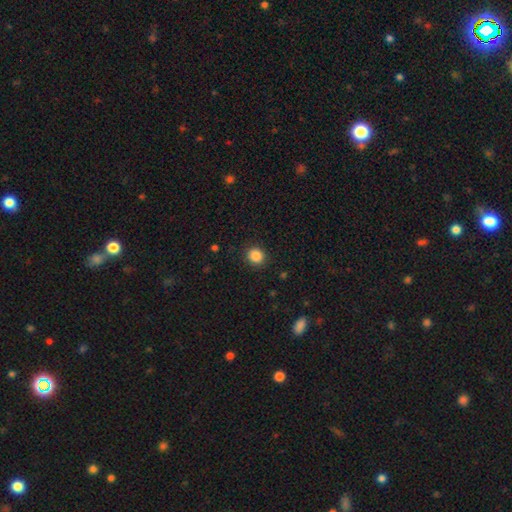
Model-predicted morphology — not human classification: Smooth or featured: smooth — 87% (star or artifact — 10%)
How rounded: round — 85% (in between — 14%)
Merging: none — 90% (minor disturbance — 7%)